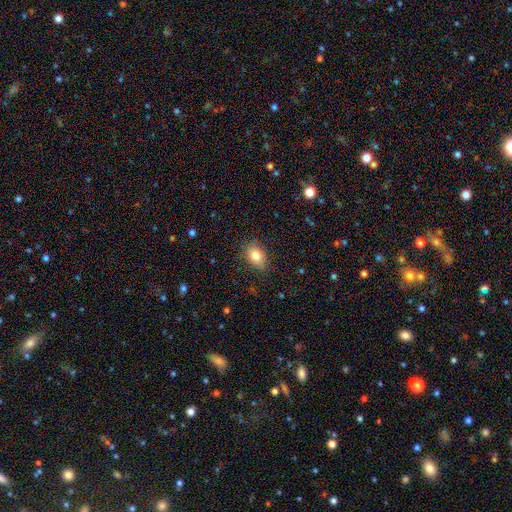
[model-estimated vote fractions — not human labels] Smooth or featured? smooth (82%)
How rounded? in between (81%)
Merging? none (81%)